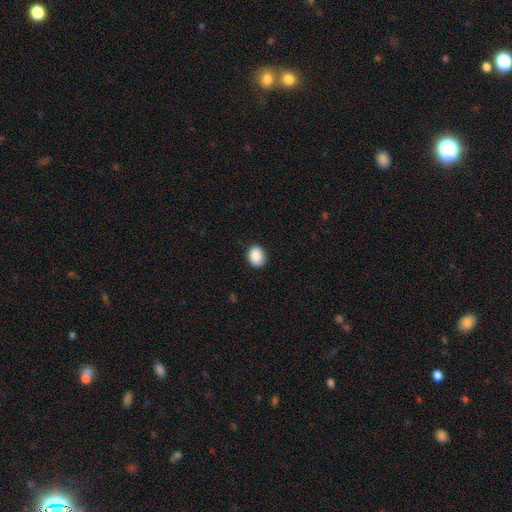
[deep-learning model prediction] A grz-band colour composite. It shows a smooth galaxy with no disk features (90%) that is in between round and cigar-shaped (61%). Merging: none (88%).